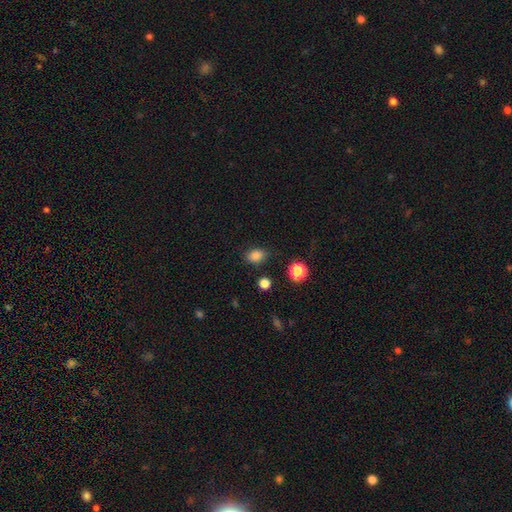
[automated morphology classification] The model was most divided on "how rounded": in between: 64%, round: 35%, cigar-shaped: 1%. More confident: smooth or featured — smooth (84%); merging — none (79%).